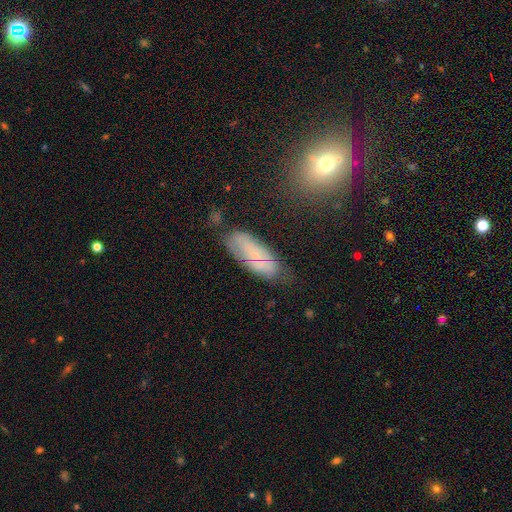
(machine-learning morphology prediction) A featured or disk galaxy (53%). Merging: none (64%).